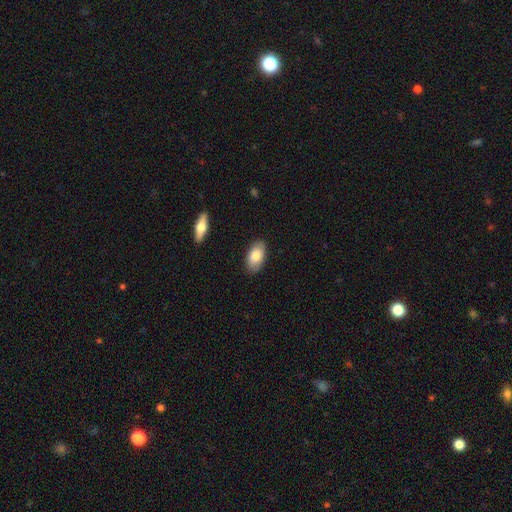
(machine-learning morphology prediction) A smooth galaxy with no disk features (80%) that is in between round and cigar-shaped (94%).

Vote fractions:
- Smooth or featured? smooth: 80% / featured or disk: 13% / star or artifact: 6%
- How rounded? in between: 94% / round: 4% / cigar-shaped: 2%
- Merging? none: 87% / minor disturbance: 10% / major disturbance: 2% / merger: 1%